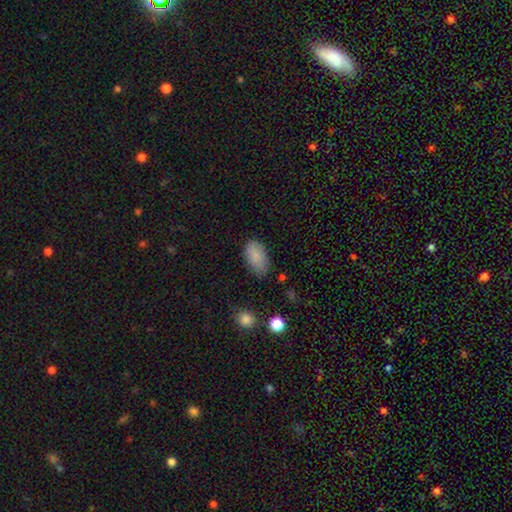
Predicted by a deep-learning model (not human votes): smooth_or_featured: smooth (p=0.86) [alt: star or artifact p=0.08]
how_rounded: in between (p=0.93) [alt: round p=0.04]
merging: none (p=0.75) [alt: minor disturbance p=0.19]